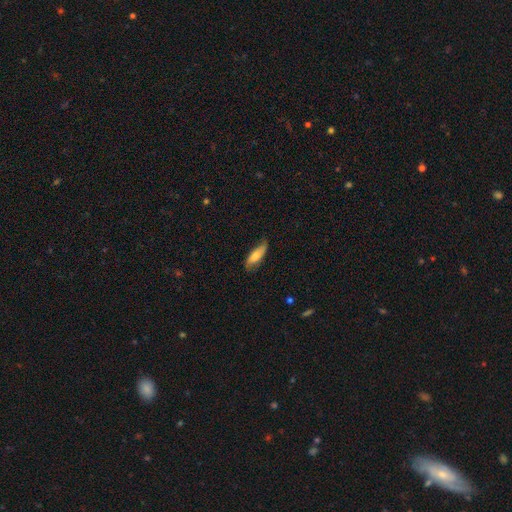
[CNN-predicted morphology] Overall: smooth (65%; featured or disk 29%). How rounded: in between (60%; cigar-shaped 38%). Merging: none (67%).